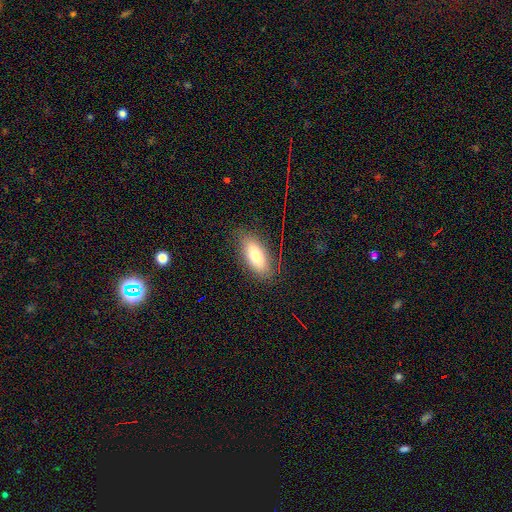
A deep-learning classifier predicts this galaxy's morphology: This appears to be a smooth galaxy with no disk features (75%) that is in between round and cigar-shaped (81%). Merging: none (83%).